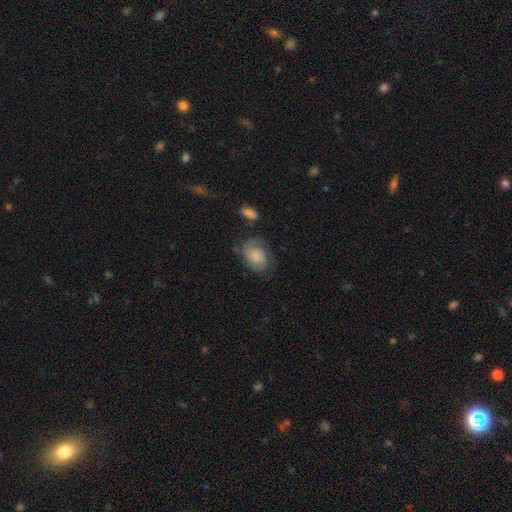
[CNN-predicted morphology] smooth_or_featured: smooth (p=0.60) [alt: featured or disk p=0.32]
how_rounded: in between (p=0.78) [alt: round p=0.21]
merging: none (p=0.55) [alt: minor disturbance p=0.27]